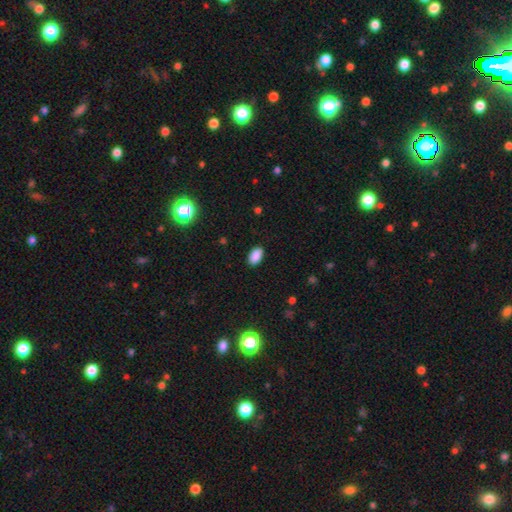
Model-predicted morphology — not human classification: This appears to be a smooth galaxy with no disk features (88%) that is in between round and cigar-shaped (93%). Merging: none (87%).